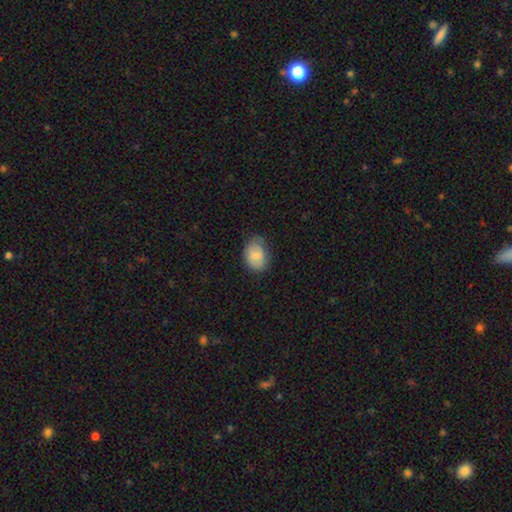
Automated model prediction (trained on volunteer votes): Smooth or featured? Predicted: smooth (p=0.73). How rounded? Predicted: in between (p=0.71). Merging? Predicted: none (p=0.62).